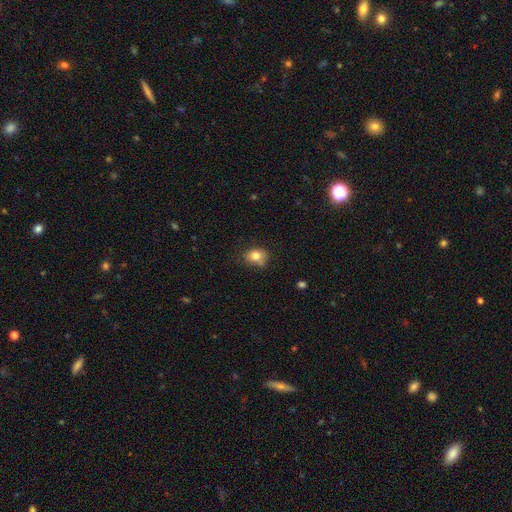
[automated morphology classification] Overall: smooth (80%). How rounded: round (55%; in between 44%). Merging: none (65%).